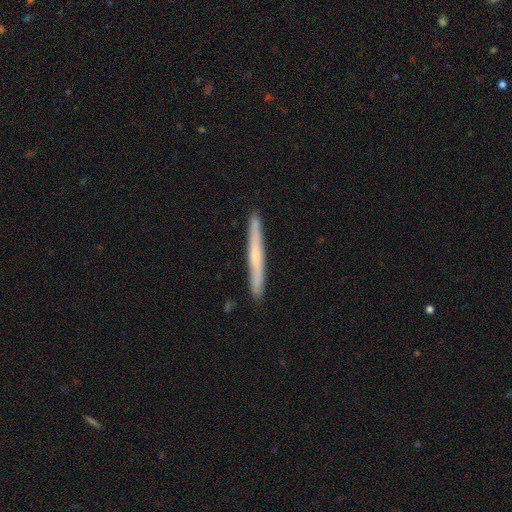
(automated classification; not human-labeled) Q: Smooth or featured?
A: featured or disk (53%); runner-up: smooth (41%)
Q: Edge-on disk?
A: yes (95%); runner-up: no (5%)
Q: Edge-on bulge?
A: none (51%); runner-up: rounded (44%)
Q: Merging?
A: none (91%); runner-up: minor disturbance (7%)